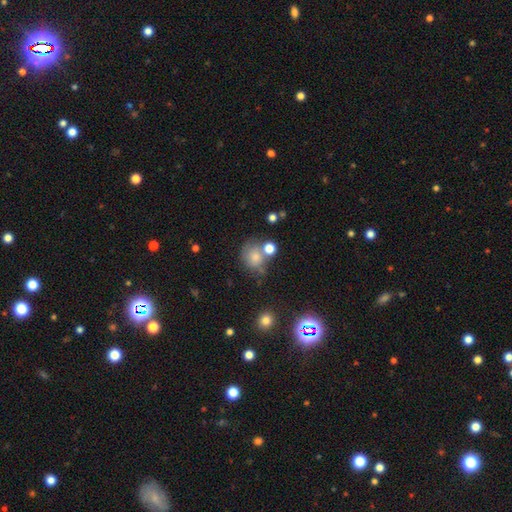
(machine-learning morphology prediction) This appears to be a smooth galaxy with no disk features (72%) that is round (72%). Merging: none (50%).